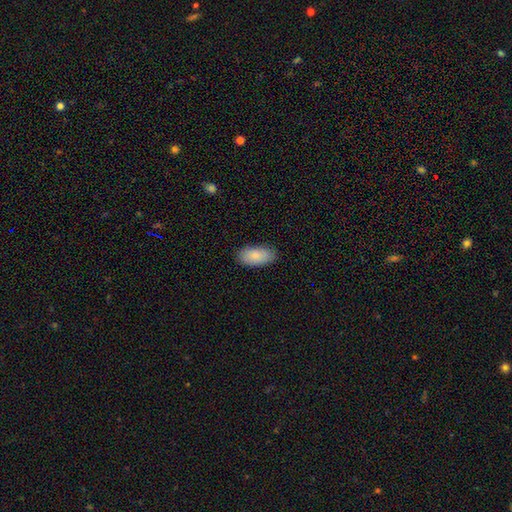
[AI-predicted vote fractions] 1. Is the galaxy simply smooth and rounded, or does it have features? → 87% smooth, 7% featured or disk, 6% star or artifact.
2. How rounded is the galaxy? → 94% in between, 3% cigar-shaped, 2% round.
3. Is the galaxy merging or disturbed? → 85% none, 12% minor disturbance, 2% major disturbance, 1% merger.